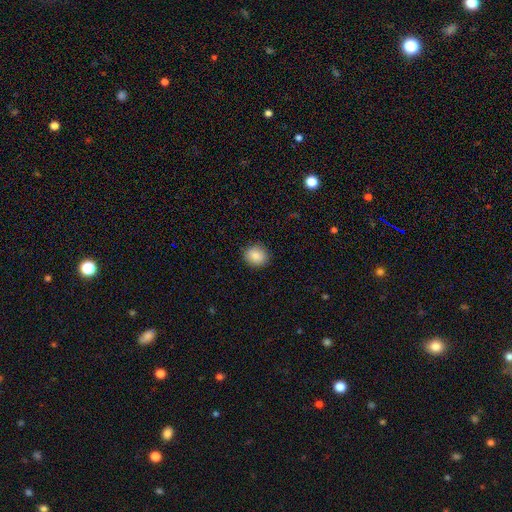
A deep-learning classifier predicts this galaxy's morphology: smooth 88%, star or artifact 8%, featured or disk 4%. Down the decision tree: how rounded — round (67%); merging — none (89%).